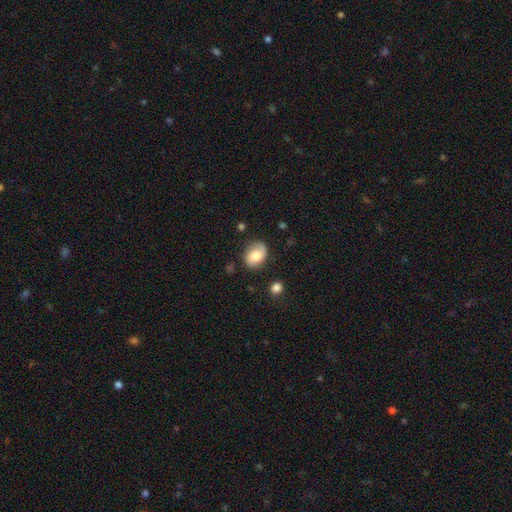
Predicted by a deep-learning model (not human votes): Smooth or featured? Predicted: smooth (p=0.56). How rounded? Predicted: in between (p=0.65). Merging? Predicted: none (p=0.72).